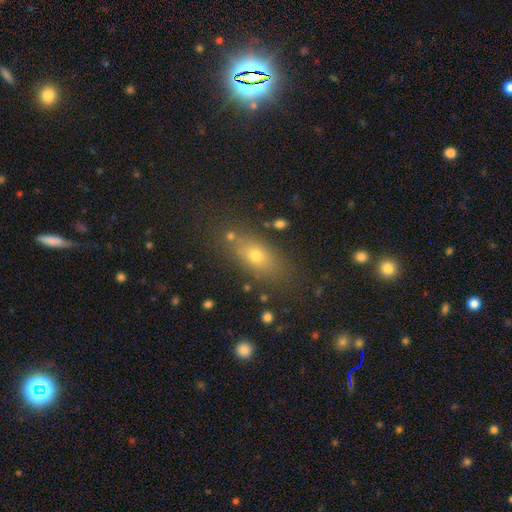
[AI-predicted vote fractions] Smooth or featured? Predicted: smooth (p=0.69). How rounded? Predicted: in between (p=0.72). Merging? Predicted: none (p=0.75).